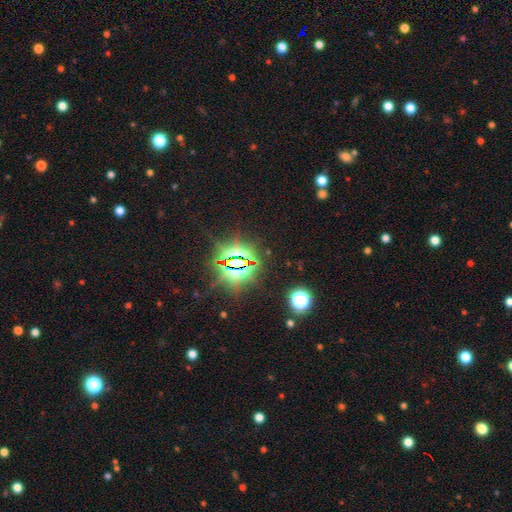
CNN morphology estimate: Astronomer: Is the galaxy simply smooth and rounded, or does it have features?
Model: star or artifact — 83%.